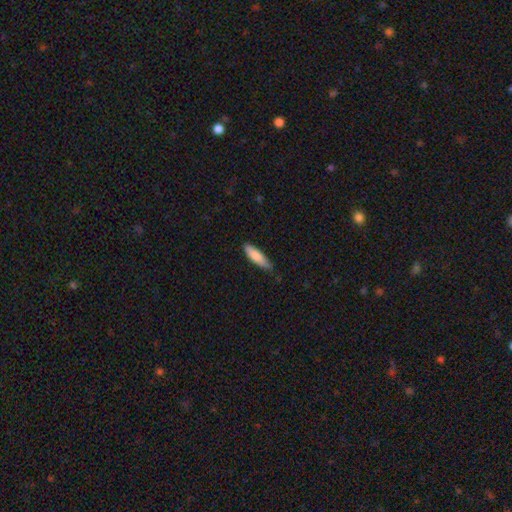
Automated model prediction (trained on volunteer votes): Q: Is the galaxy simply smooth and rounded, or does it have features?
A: smooth — 81%.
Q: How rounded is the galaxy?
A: cigar-shaped — 60%.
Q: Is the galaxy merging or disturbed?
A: none — 68%.